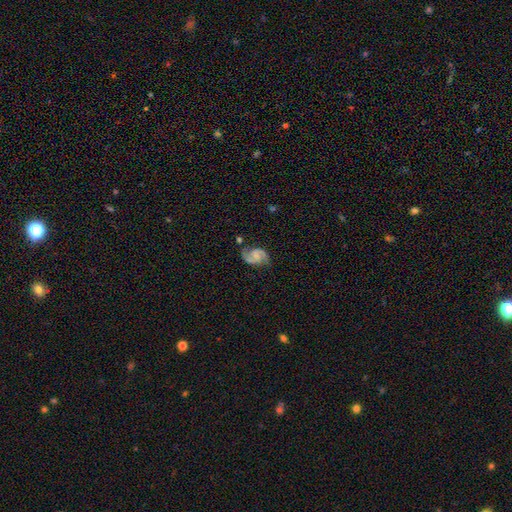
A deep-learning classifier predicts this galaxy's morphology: The model was most divided on "bar": no: 47%, weak: 41%, strong: 12%. More confident: edge-on disk — no (98%); spiral arms — yes (97%); spiral arm count — 2 (93%); smooth or featured — featured or disk (84%); merging — none (72%); spiral winding — medium (54%); bulge size — none (51%).